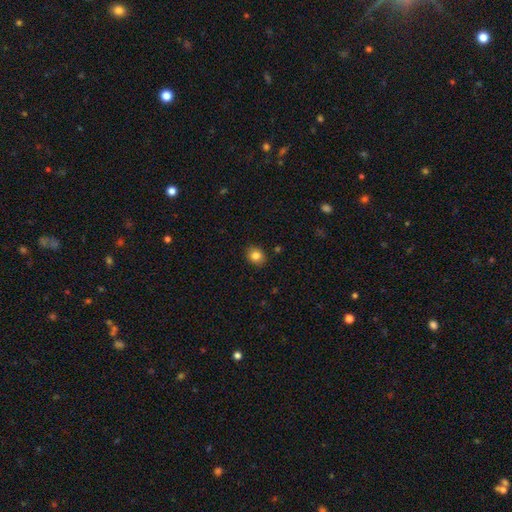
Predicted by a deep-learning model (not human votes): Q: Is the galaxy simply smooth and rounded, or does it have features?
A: smooth — 83%.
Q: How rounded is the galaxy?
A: round — 68%.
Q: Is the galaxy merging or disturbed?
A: none — 88%.